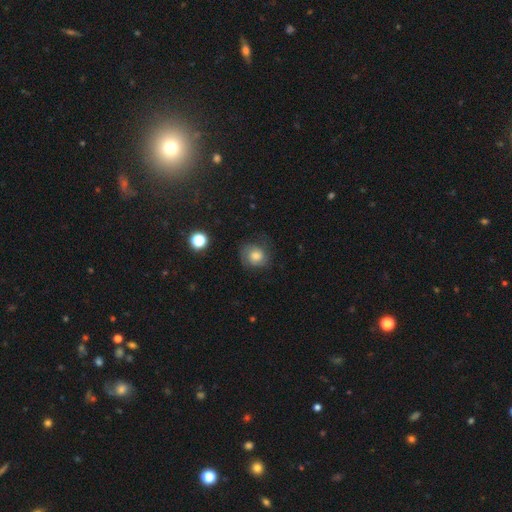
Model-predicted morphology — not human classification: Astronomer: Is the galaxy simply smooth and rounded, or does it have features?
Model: featured or disk — 49% (runner-up: smooth, 40%).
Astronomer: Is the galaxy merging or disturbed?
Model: none — 69%.